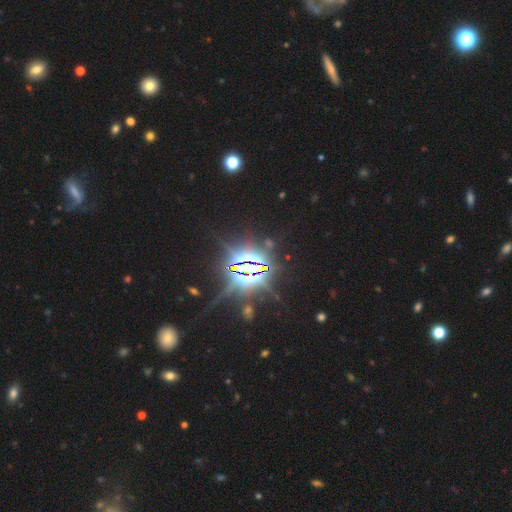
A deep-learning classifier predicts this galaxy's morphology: Smooth or featured? star or artifact (85%)